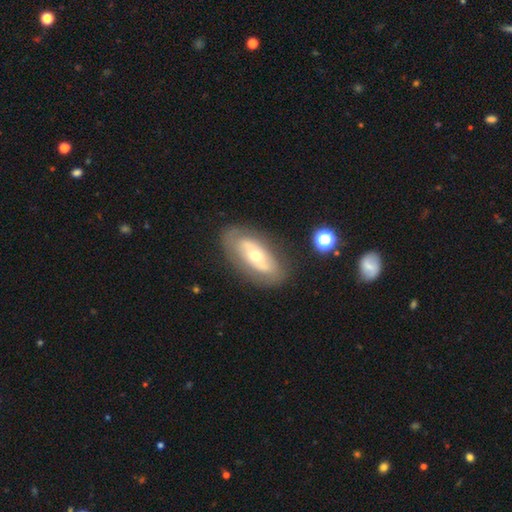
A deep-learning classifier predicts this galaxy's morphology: This is likely a featured or disk galaxy (66%). It is clearly not viewed edge-on (87%). Bar: possibly no (57%). Spiral arm pattern: possibly yes (52%). Central bulge: possibly moderate (55%). Merging: likely none (78%).